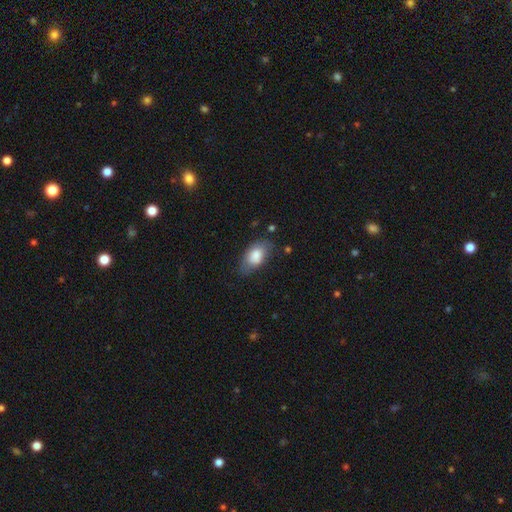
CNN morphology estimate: smooth_or_featured: smooth (p=0.81) [alt: featured or disk p=0.13]
how_rounded: in between (p=0.91) [alt: round p=0.05]
merging: none (p=0.67) [alt: minor disturbance p=0.24]